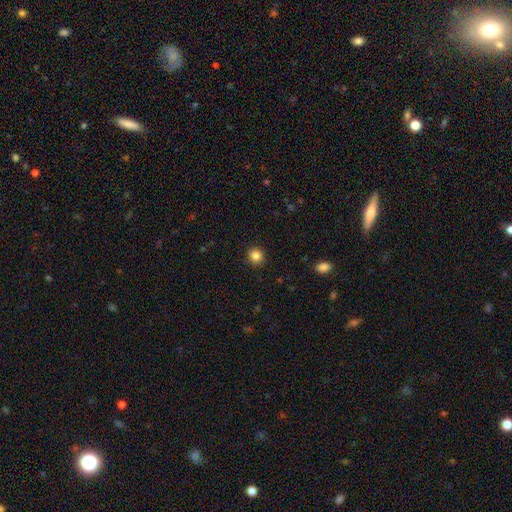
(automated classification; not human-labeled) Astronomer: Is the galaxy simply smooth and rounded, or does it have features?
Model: smooth — 85%.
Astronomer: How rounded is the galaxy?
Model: round — 90%.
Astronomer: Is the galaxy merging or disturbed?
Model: none — 91%.